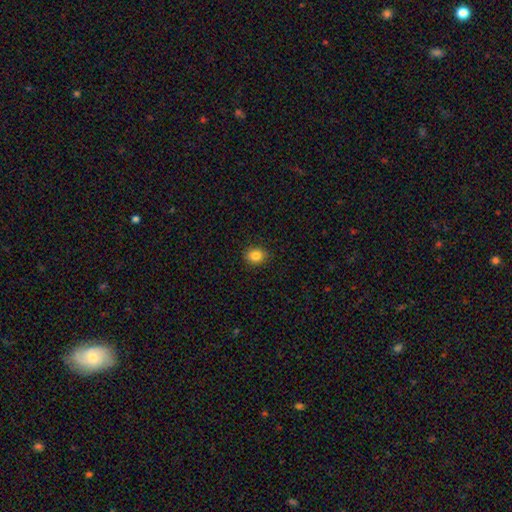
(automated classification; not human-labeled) smooth 85%, star or artifact 10%, featured or disk 5%. Down the decision tree: how rounded — round (53%); merging — none (89%).